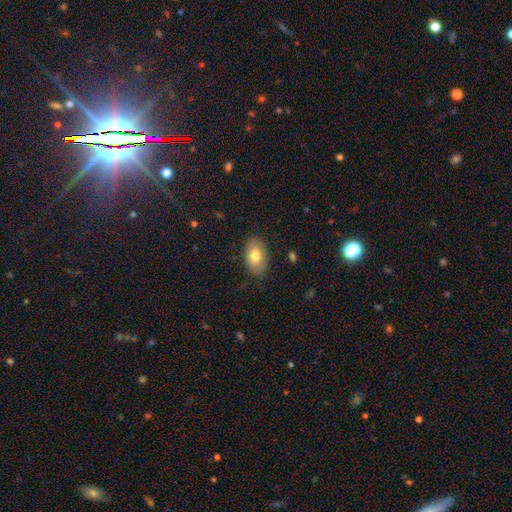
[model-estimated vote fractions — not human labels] A smooth galaxy with no disk features (72%) that is in between round and cigar-shaped (91%). Merging: none (82%).